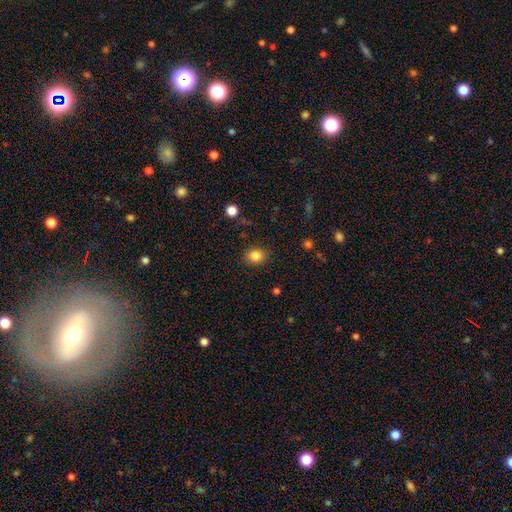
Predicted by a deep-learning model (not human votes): Smooth or featured?
  - smooth: 84% *
  - star or artifact: 11%
  - featured or disk: 6%
How rounded?
  - round: 59% *
  - in between: 40%
  - cigar-shaped: 1%
Merging?
  - none: 87% *
  - minor disturbance: 9%
  - major disturbance: 3%
  - merger: 1%